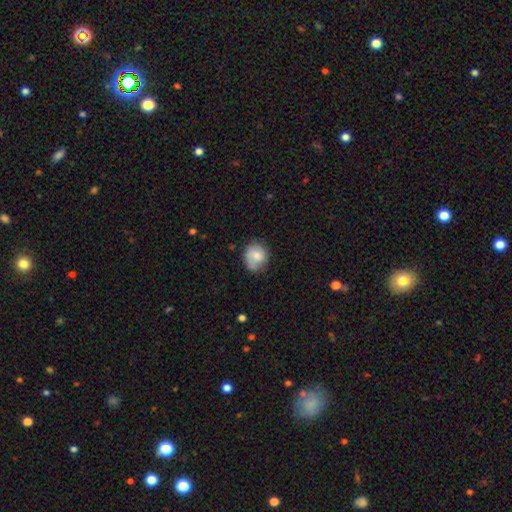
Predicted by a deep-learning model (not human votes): smooth-or-featured: smooth: 71% | featured or disk: 21% | star or artifact: 8%
  how-rounded: round: 71% | in between: 28% | cigar-shaped: 1%
  merging: none: 61% | minor disturbance: 27% | major disturbance: 8% | merger: 4%